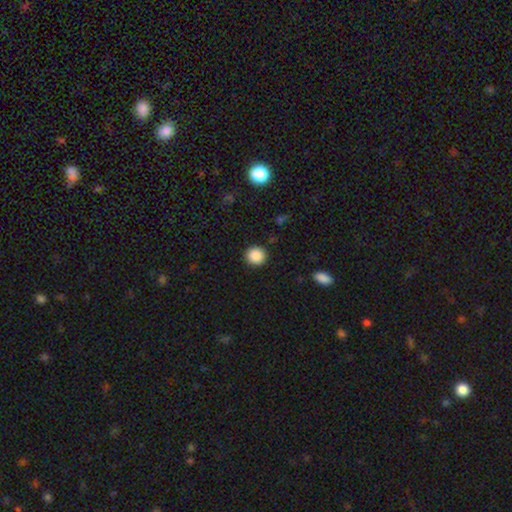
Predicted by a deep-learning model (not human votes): Smooth or featured: smooth — 88% (star or artifact — 9%)
How rounded: round — 93% (in between — 6%)
Merging: none — 92% (minor disturbance — 5%)